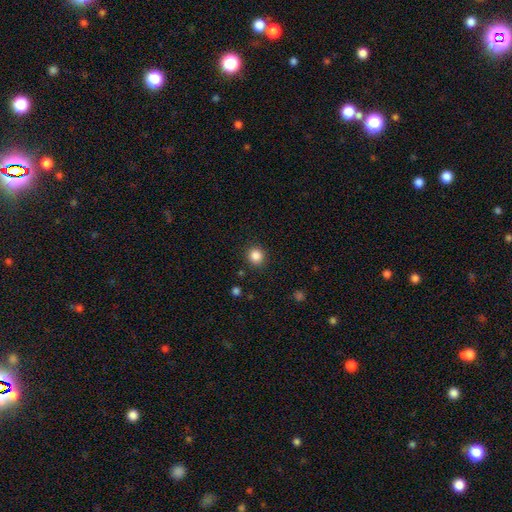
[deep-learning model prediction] smooth_or_featured: smooth (p=0.85) [alt: star or artifact p=0.11]
how_rounded: round (p=0.91) [alt: in between p=0.08]
merging: none (p=0.91) [alt: minor disturbance p=0.06]